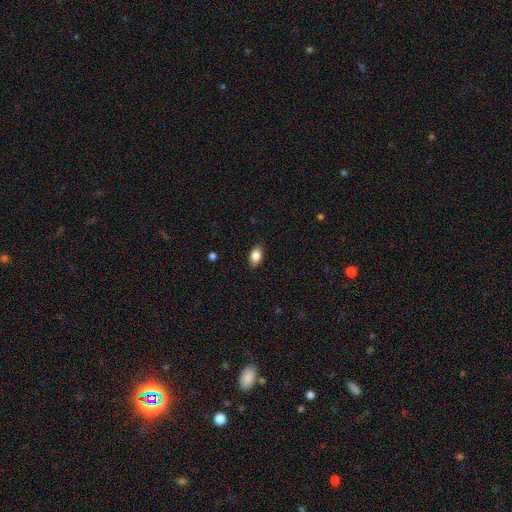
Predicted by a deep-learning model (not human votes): This is clearly a smooth galaxy (86%). How rounded: clearly in between (88%). Merging: clearly none (86%).